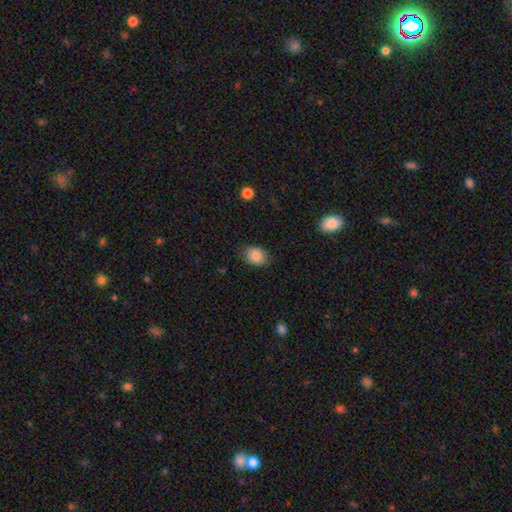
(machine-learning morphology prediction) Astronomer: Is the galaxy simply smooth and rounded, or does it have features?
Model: smooth — 85%.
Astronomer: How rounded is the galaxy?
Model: in between — 63%.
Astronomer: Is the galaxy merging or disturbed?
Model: none — 80%.